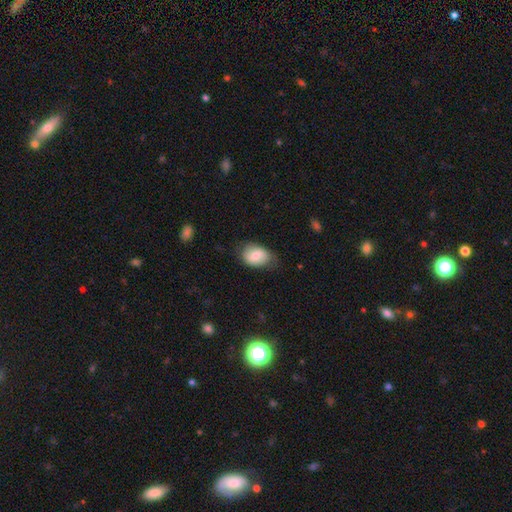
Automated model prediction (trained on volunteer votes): Smooth or featured? smooth (70%)
How rounded? in between (76%)
Merging? none (65%)